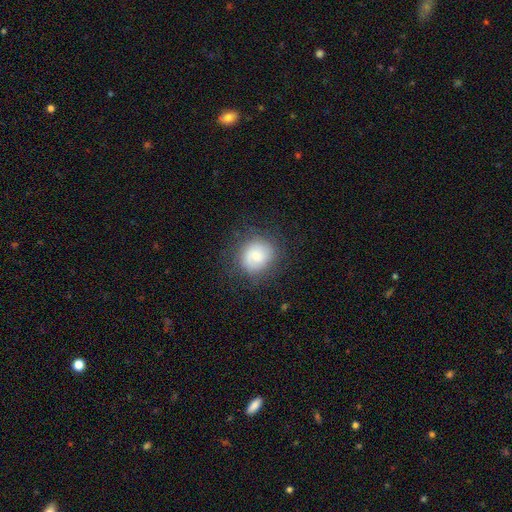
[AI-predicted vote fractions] This is likely a smooth galaxy (74%). How rounded: likely round (80%). Merging: likely none (74%).